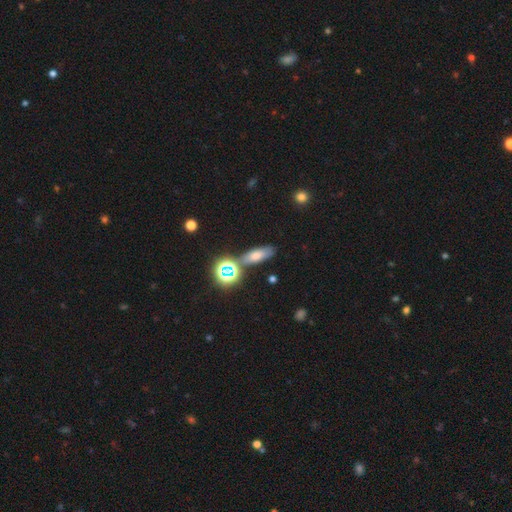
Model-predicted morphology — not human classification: Smooth or featured?
  - smooth: 57% *
  - star or artifact: 27%
  - featured or disk: 16%
How rounded?
  - in between: 57% *
  - cigar-shaped: 29%
  - round: 14%
Merging?
  - none: 75% *
  - minor disturbance: 12%
  - merger: 9%
  - major disturbance: 4%